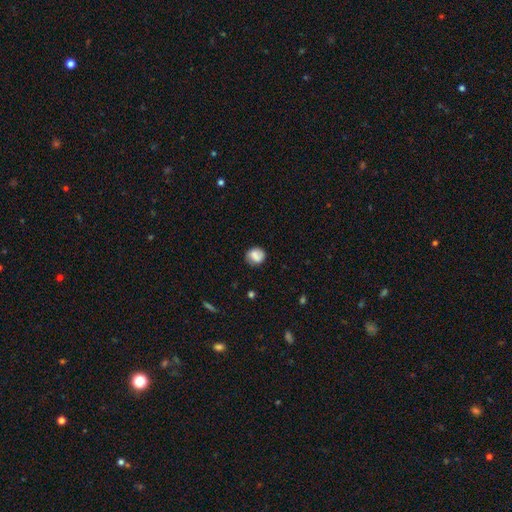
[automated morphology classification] The model was most divided on "how rounded": round: 72%, in between: 27%, cigar-shaped: 1%. More confident: merging — none (75%); smooth or featured — smooth (72%).